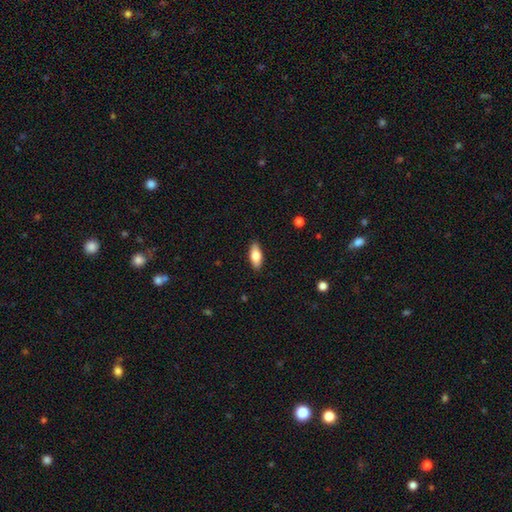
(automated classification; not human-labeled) Smooth or featured?
  - smooth: 75% *
  - featured or disk: 19%
  - star or artifact: 6%
How rounded?
  - in between: 80% *
  - cigar-shaped: 18%
  - round: 2%
Merging?
  - none: 88% *
  - minor disturbance: 9%
  - major disturbance: 2%
  - merger: 1%